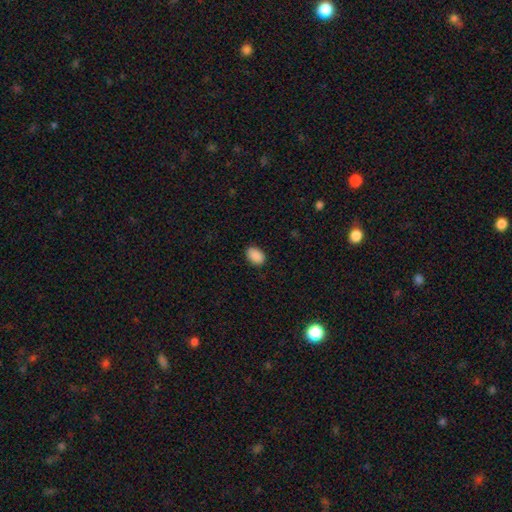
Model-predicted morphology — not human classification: Smooth or featured? Predicted: smooth (p=0.90). How rounded? Predicted: in between (p=0.83). Merging? Predicted: none (p=0.88).